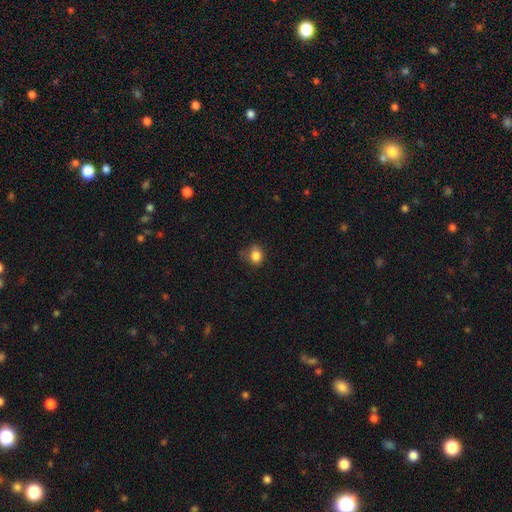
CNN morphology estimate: Smooth or featured? Predicted: smooth (p=0.84). How rounded? Predicted: round (p=0.56). Merging? Predicted: none (p=0.58).